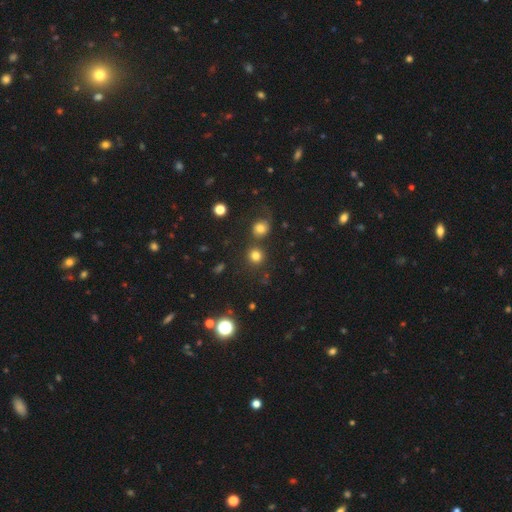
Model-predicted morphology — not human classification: Q: Smooth or featured?
A: smooth (78%); runner-up: star or artifact (15%)
Q: How rounded?
A: round (91%); runner-up: in between (8%)
Q: Merging?
A: none (76%); runner-up: merger (12%)